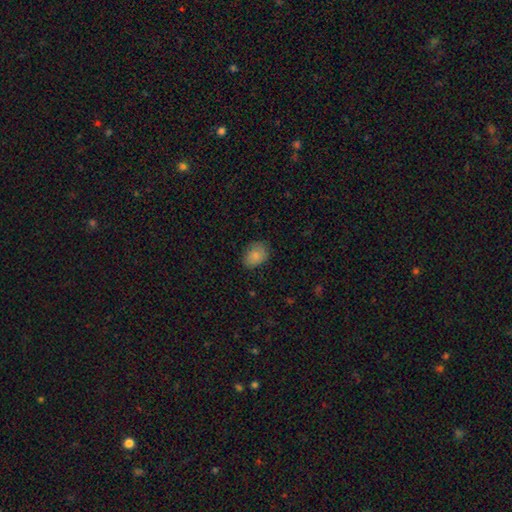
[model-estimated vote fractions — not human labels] Smooth or featured? Predicted: smooth (p=0.85). How rounded? Predicted: in between (p=0.74). Merging? Predicted: none (p=0.78).